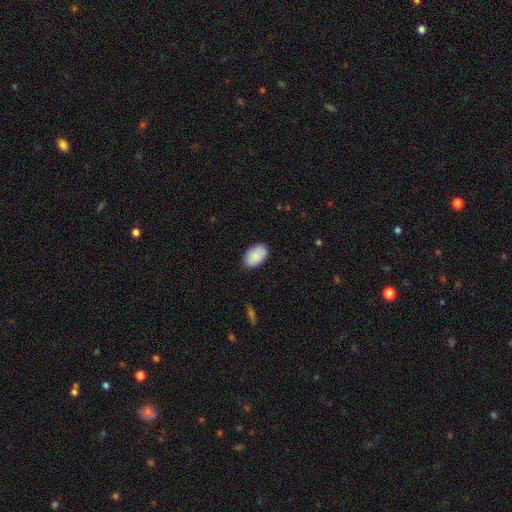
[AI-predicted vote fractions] A smooth galaxy with no disk features (87%) that is in between round and cigar-shaped (93%). Merging: none (82%).